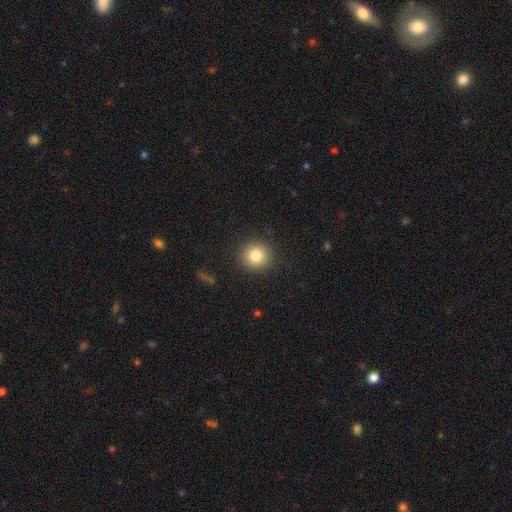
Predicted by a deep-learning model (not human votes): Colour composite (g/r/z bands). It shows a smooth galaxy with no disk features (82%) that is round (92%). Merging: none (91%).